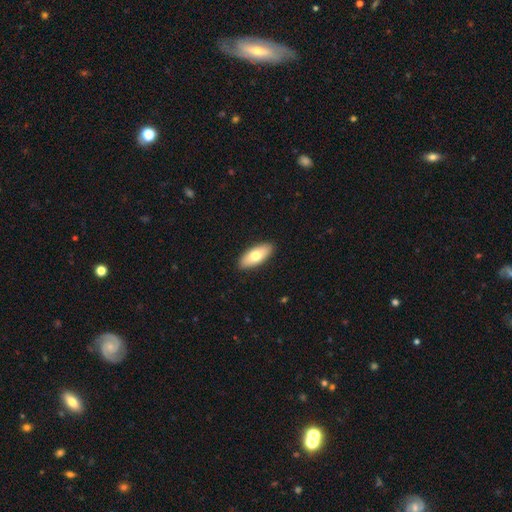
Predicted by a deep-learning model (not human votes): The model was most divided on "smooth or featured": smooth: 72%, featured or disk: 23%, star or artifact: 6%. More confident: merging — none (91%); how rounded — in between (83%).